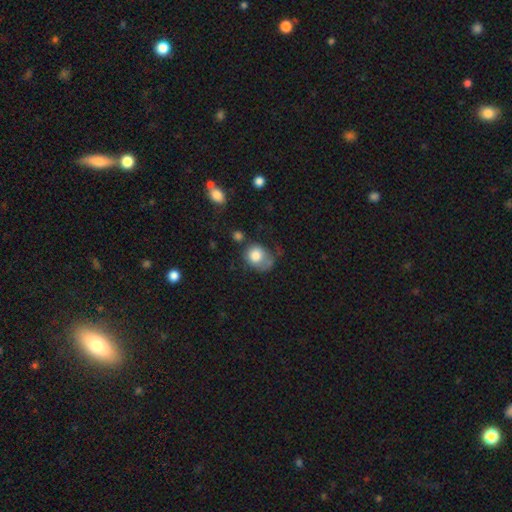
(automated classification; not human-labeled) Smooth or featured: smooth — 79% (featured or disk — 13%)
How rounded: round — 59% (in between — 40%)
Merging: none — 36% (minor disturbance — 30%)